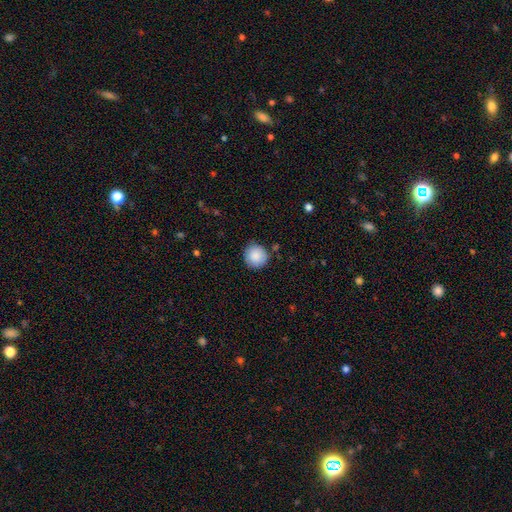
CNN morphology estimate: Overall: smooth (88%). How rounded: round (94%). Merging: none (85%).